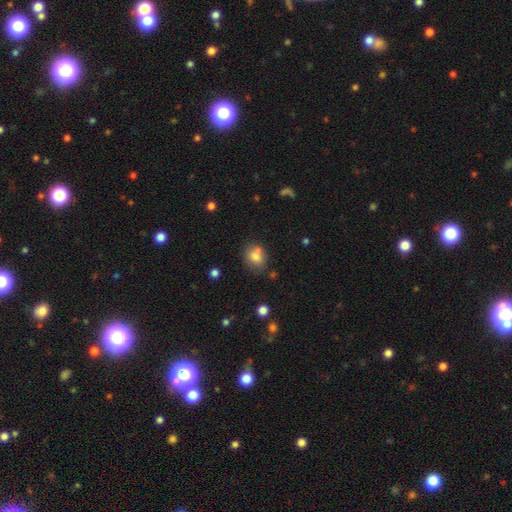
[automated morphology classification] Smooth or featured: smooth — 75% (featured or disk — 13%)
How rounded: round — 56% (in between — 43%)
Merging: none — 56% (merger — 25%)